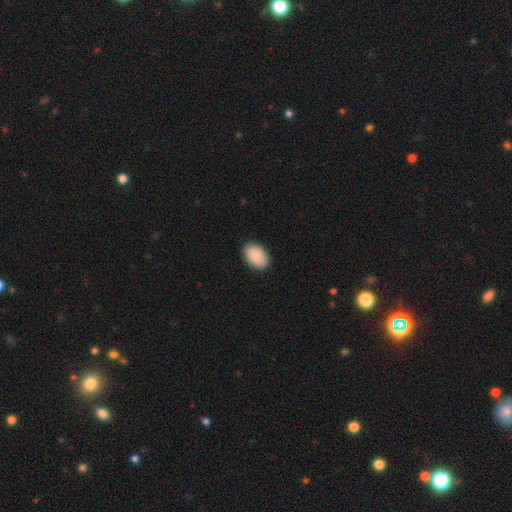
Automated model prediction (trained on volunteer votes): Q: Smooth or featured?
A: smooth (89%); runner-up: featured or disk (6%)
Q: How rounded?
A: in between (90%); runner-up: round (9%)
Q: Merging?
A: none (89%); runner-up: minor disturbance (9%)